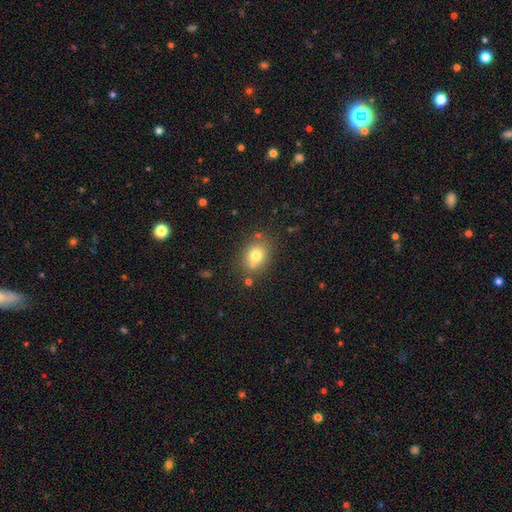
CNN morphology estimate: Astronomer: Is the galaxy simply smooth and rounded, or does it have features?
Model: smooth — 75%.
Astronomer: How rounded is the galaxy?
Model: round — 54% (runner-up: in between, 45%).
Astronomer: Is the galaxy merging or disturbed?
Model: none — 72%.